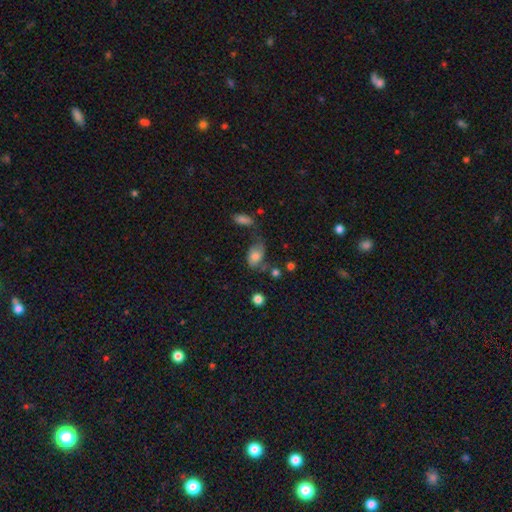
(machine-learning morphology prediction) Smooth or featured: smooth — 70% (featured or disk — 20%)
How rounded: in between — 85% (round — 13%)
Merging: none — 33% (minor disturbance — 30%)